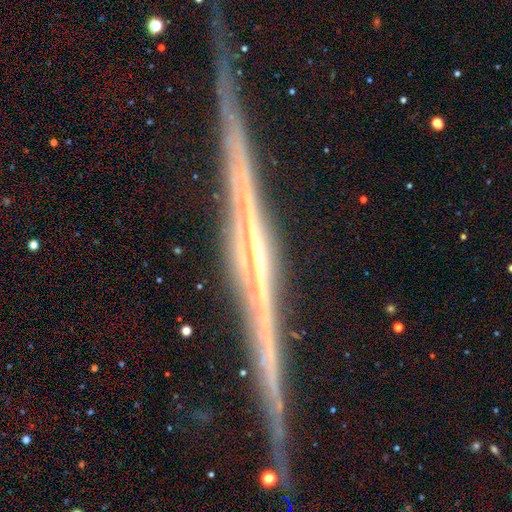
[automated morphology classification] type=featured or disk (86%); edge-on=yes (98%); edge-on bulge=none (48%); merging=none (87%).